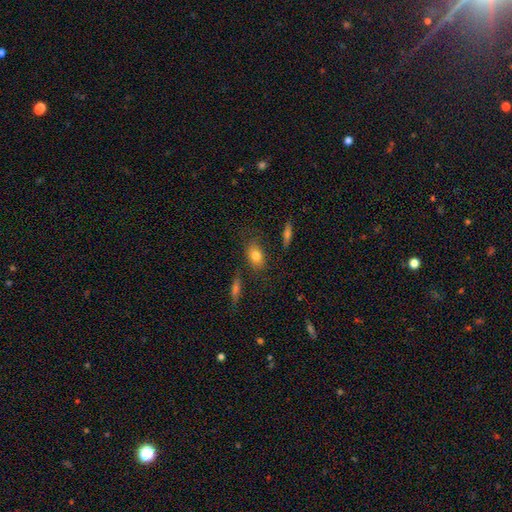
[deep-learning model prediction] Smooth or featured?
  - smooth: 79% *
  - featured or disk: 12%
  - star or artifact: 9%
How rounded?
  - in between: 77% *
  - round: 19%
  - cigar-shaped: 4%
Merging?
  - none: 75% *
  - minor disturbance: 16%
  - merger: 5%
  - major disturbance: 5%